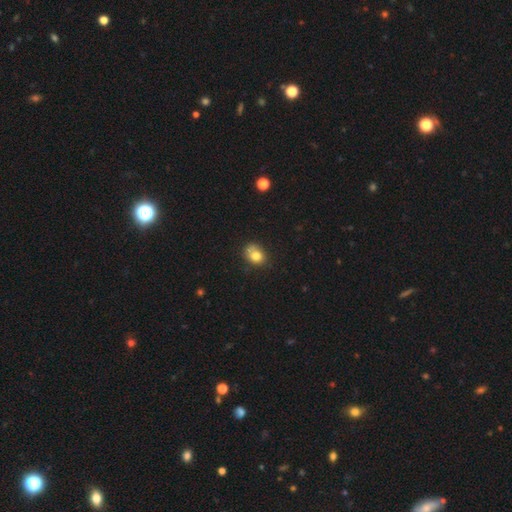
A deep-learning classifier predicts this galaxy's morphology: Smooth or featured?
  - smooth: 79% *
  - featured or disk: 11%
  - star or artifact: 11%
How rounded?
  - round: 50% *
  - in between: 49%
  - cigar-shaped: 1%
Merging?
  - none: 54% *
  - minor disturbance: 29%
  - major disturbance: 9%
  - merger: 8%